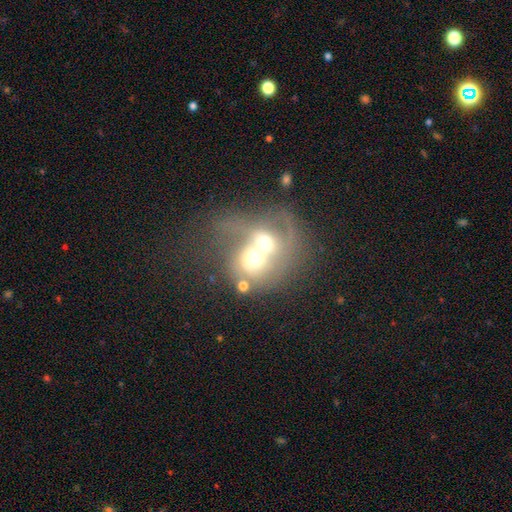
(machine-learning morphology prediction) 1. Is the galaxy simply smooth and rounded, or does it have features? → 56% featured or disk, 32% smooth, 12% star or artifact.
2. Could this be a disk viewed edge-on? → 96% no, 4% yes.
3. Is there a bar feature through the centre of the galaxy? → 79% no, 17% weak, 5% strong.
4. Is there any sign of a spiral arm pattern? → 54% no, 46% yes.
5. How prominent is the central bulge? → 60% moderate, 20% small, 12% large, 5% none, 4% dominant.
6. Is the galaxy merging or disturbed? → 79% merger, 9% none, 8% major disturbance, 4% minor disturbance.